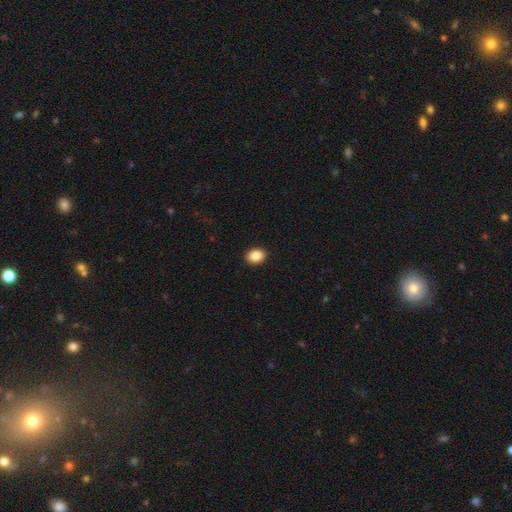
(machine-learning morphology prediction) Q: Smooth or featured?
A: smooth (88%); runner-up: star or artifact (8%)
Q: How rounded?
A: in between (60%); runner-up: round (39%)
Q: Merging?
A: none (92%); runner-up: minor disturbance (5%)